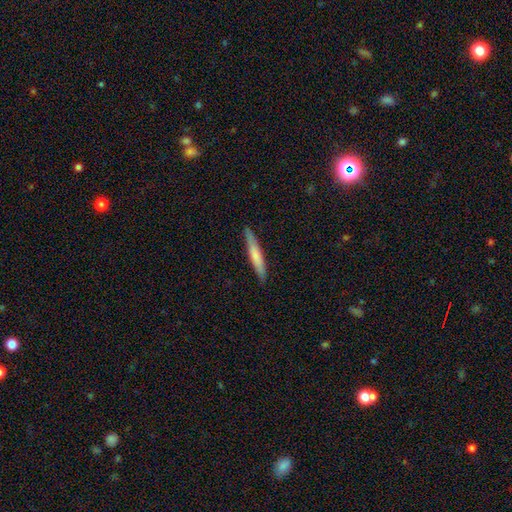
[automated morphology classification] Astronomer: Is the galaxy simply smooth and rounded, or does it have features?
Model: smooth — 63%.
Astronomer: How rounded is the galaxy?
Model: cigar-shaped — 94%.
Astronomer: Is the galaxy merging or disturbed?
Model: none — 89%.